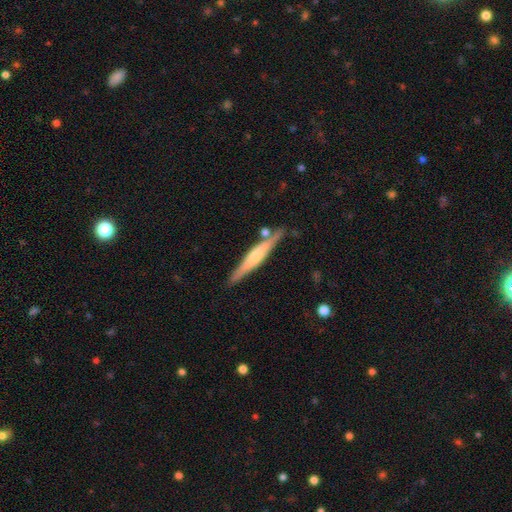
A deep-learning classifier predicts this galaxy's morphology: Smooth or featured? Predicted: featured or disk (p=0.60). Edge-on disk? Predicted: yes (p=0.96). Edge-on bulge? Predicted: rounded (p=0.61). Merging? Predicted: none (p=0.80).